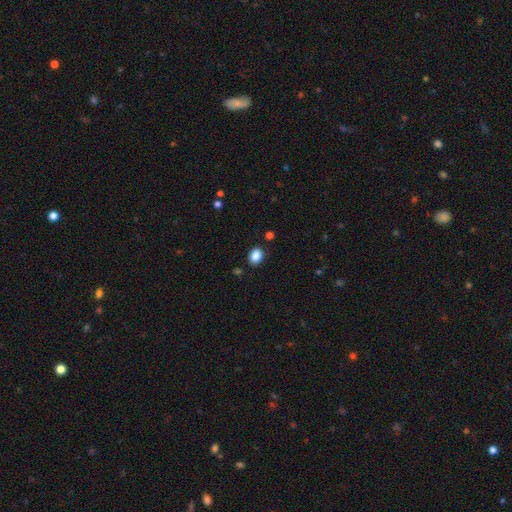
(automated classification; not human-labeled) A smooth galaxy with no disk features (87%) that is in between round and cigar-shaped (68%).

Vote fractions:
- Smooth or featured? smooth: 87% / star or artifact: 9% / featured or disk: 4%
- How rounded? in between: 68% / round: 31% / cigar-shaped: 1%
- Merging? none: 86% / minor disturbance: 10% / major disturbance: 2% / merger: 2%